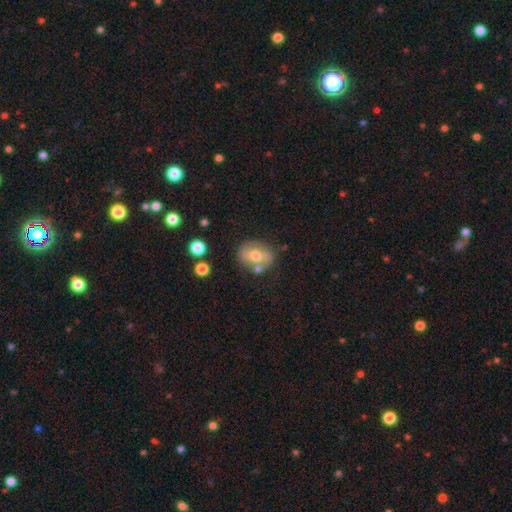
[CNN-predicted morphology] smooth 49%, featured or disk 44%, star or artifact 8%. Down the decision tree: merging — none (69%).